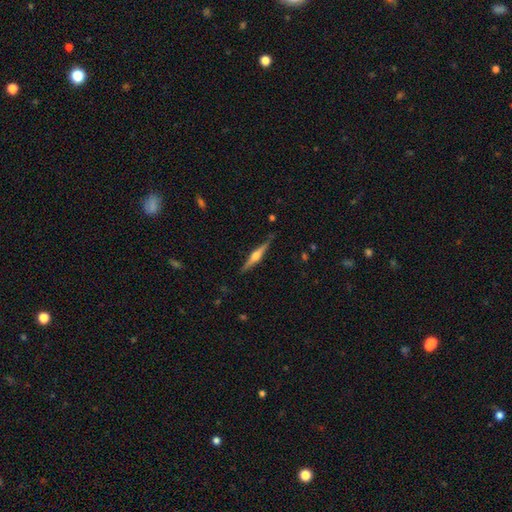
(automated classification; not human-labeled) Smooth or featured: featured or disk — 75% (smooth — 19%)
Edge-on disk: yes — 98% (no — 2%)
Edge-on bulge: rounded — 92% (boxy — 5%)
Merging: none — 87% (minor disturbance — 9%)